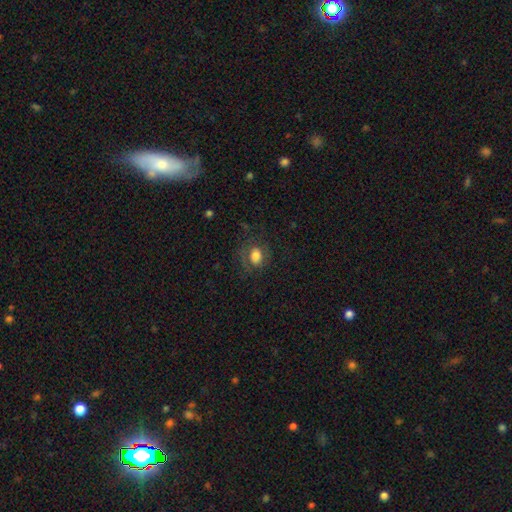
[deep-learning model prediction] The model was most divided on "how rounded": in between: 55%, round: 44%, cigar-shaped: 1%. More confident: smooth or featured — smooth (71%); merging — none (67%).